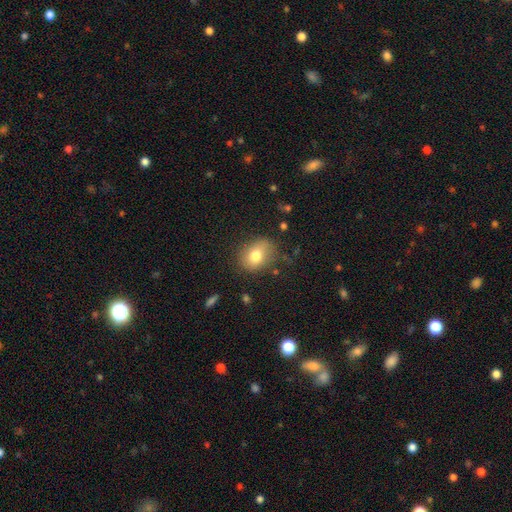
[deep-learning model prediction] Q: Smooth or featured?
A: smooth (76%); runner-up: featured or disk (14%)
Q: How rounded?
A: in between (55%); runner-up: round (44%)
Q: Merging?
A: none (75%); runner-up: minor disturbance (17%)